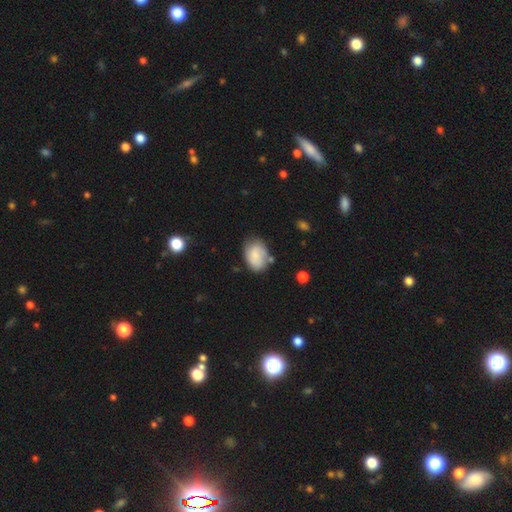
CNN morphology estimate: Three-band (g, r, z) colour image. It shows a smooth galaxy with no disk features (73%) that is in between round and cigar-shaped (83%). Merging: none (64%).